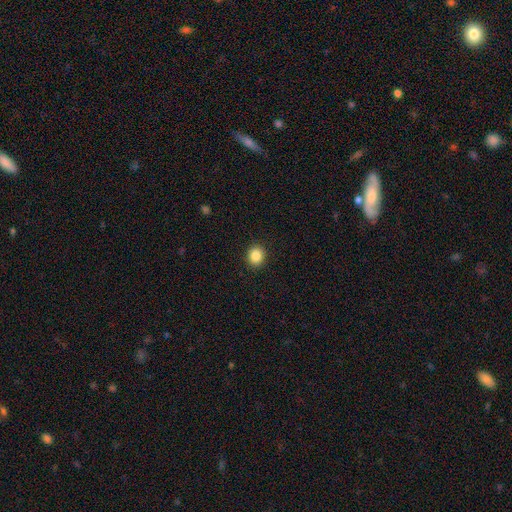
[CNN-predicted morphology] Smooth or featured?
  - smooth: 86% *
  - star or artifact: 10%
  - featured or disk: 5%
How rounded?
  - round: 71% *
  - in between: 28%
  - cigar-shaped: 1%
Merging?
  - none: 92% *
  - minor disturbance: 6%
  - major disturbance: 2%
  - merger: 1%